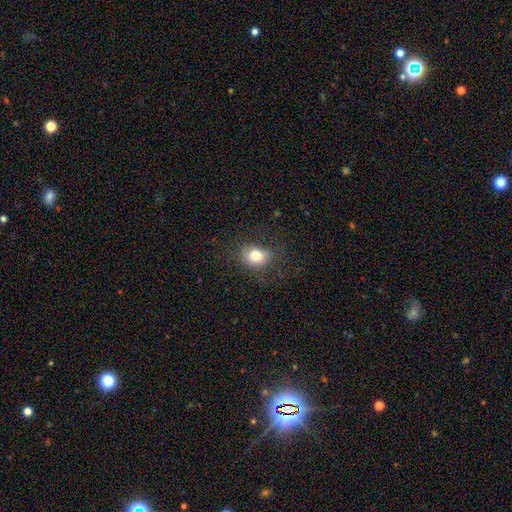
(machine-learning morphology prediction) Q: Smooth or featured?
A: smooth (79%); runner-up: star or artifact (12%)
Q: How rounded?
A: in between (50%); runner-up: round (48%)
Q: Merging?
A: none (72%); runner-up: minor disturbance (18%)